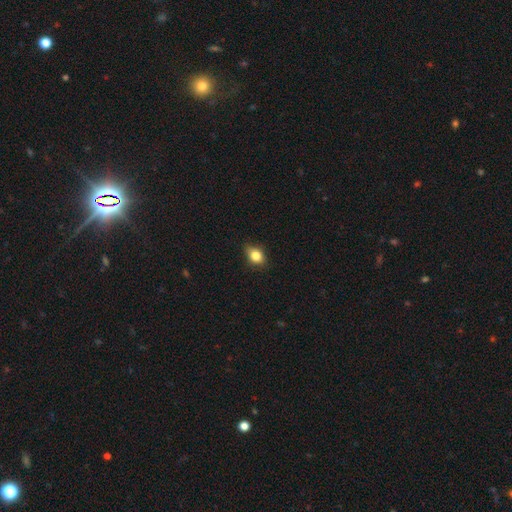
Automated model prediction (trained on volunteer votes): A smooth galaxy with no disk features (82%) that is in between round and cigar-shaped (61%).

Vote fractions:
- Smooth or featured? smooth: 82% / star or artifact: 10% / featured or disk: 8%
- How rounded? in between: 61% / round: 37% / cigar-shaped: 2%
- Merging? none: 77% / minor disturbance: 19% / major disturbance: 3% / merger: 1%